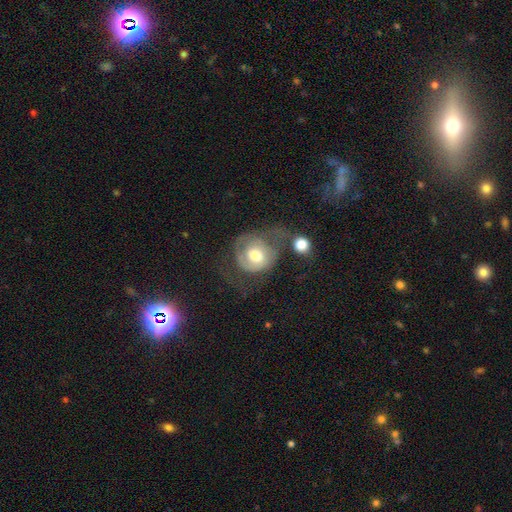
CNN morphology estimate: featured or disk 55%, smooth 39%, star or artifact 7%. Down the decision tree: edge-on disk — no (97%); bar — no (67%); spiral arms — yes (66%); bulge size — moderate (62%); merging — major disturbance (40%).